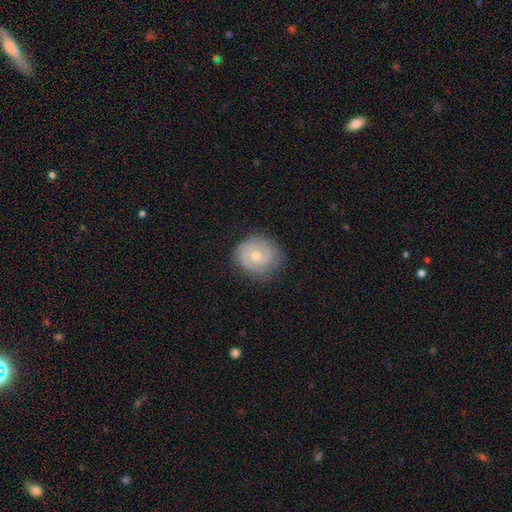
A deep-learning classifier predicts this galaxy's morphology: This is likely a featured or disk galaxy (67%). It is clearly not viewed edge-on (97%). Bar: likely no (72%). Spiral arm pattern: clearly yes (86%). Spiral arm count: possibly 2 (54%). Spiral winding: possibly tight (58%). Central bulge: possibly moderate (58%). Merging: likely none (77%).